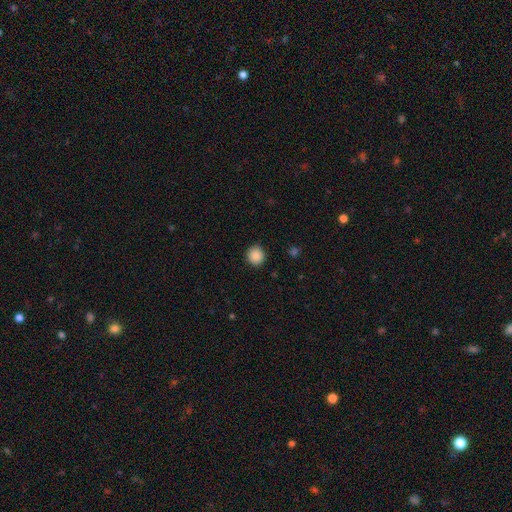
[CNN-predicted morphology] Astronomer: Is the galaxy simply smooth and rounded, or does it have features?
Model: smooth — 88%.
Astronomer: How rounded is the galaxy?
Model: round — 93%.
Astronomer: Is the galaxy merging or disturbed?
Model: none — 91%.